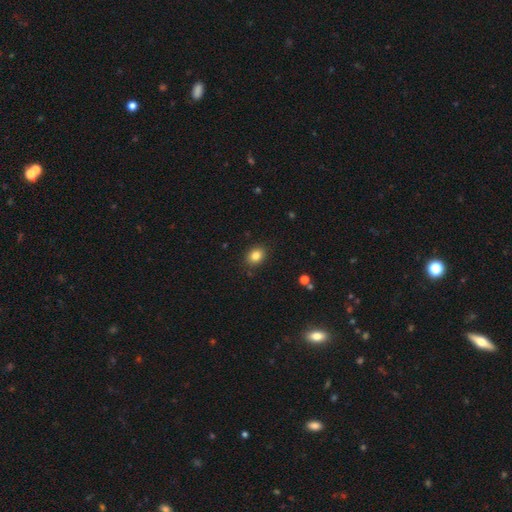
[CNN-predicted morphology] Smooth or featured: smooth — 84% (star or artifact — 10%)
How rounded: in between — 56% (round — 43%)
Merging: none — 87% (minor disturbance — 9%)